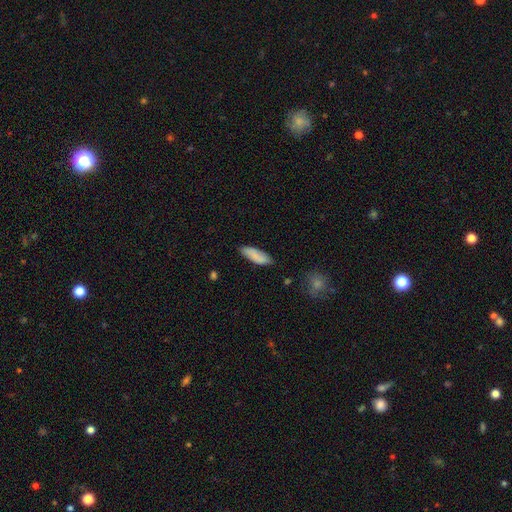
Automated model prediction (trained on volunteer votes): smooth-or-featured: smooth: 83% | featured or disk: 11% | star or artifact: 6%
  how-rounded: in between: 65% | cigar-shaped: 34% | round: 2%
  merging: none: 78% | minor disturbance: 17% | major disturbance: 3% | merger: 2%